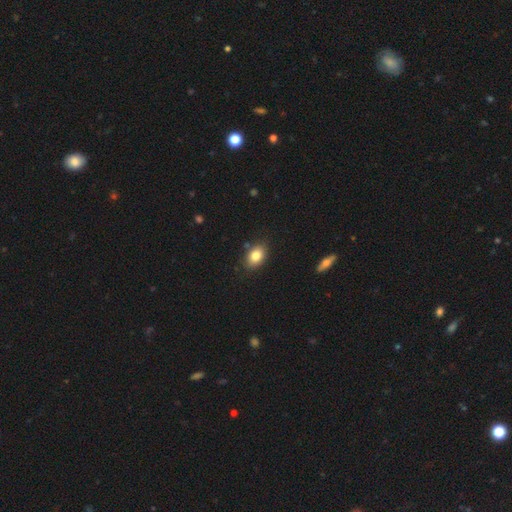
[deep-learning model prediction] smooth-or-featured: smooth: 83% | featured or disk: 9% | star or artifact: 9%
  how-rounded: in between: 83% | round: 15% | cigar-shaped: 2%
  merging: none: 84% | minor disturbance: 11% | merger: 2% | major disturbance: 2%